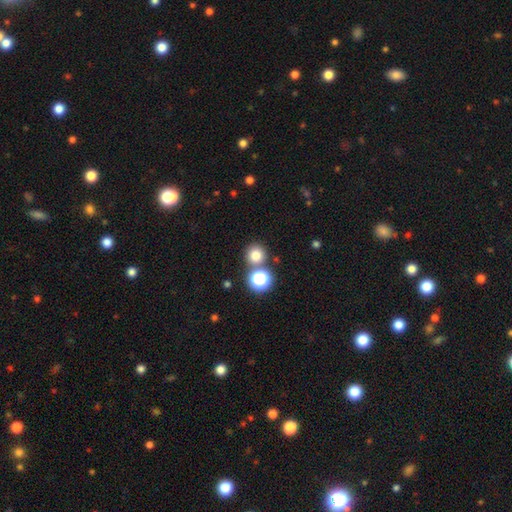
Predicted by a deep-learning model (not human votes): Smooth or featured?
  - smooth: 77% *
  - star or artifact: 17%
  - featured or disk: 6%
How rounded?
  - round: 92% *
  - in between: 7%
  - cigar-shaped: 1%
Merging?
  - none: 73% *
  - merger: 17%
  - minor disturbance: 7%
  - major disturbance: 3%